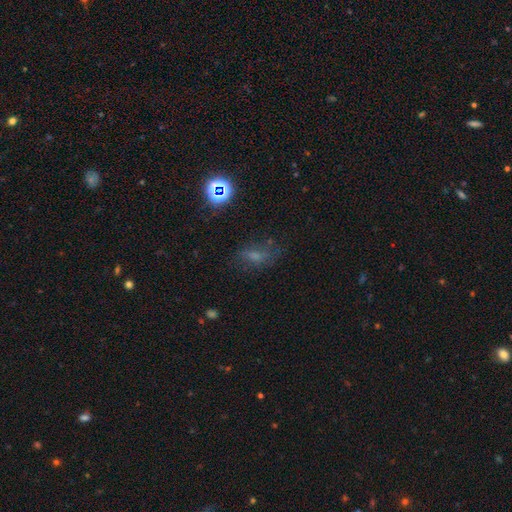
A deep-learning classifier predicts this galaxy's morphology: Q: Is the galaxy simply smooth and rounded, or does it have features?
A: smooth — 45%.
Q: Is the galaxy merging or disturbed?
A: none — 56%.